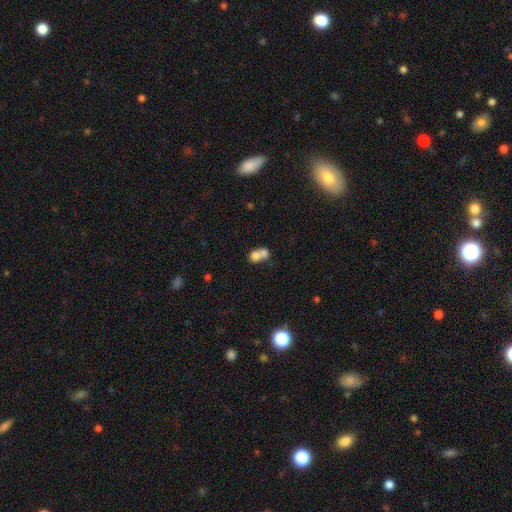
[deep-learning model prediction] smooth-or-featured: smooth: 73% | featured or disk: 17% | star or artifact: 10%
  how-rounded: round: 63% | in between: 36% | cigar-shaped: 1%
  merging: merger: 70% | none: 21% | minor disturbance: 5% | major disturbance: 3%